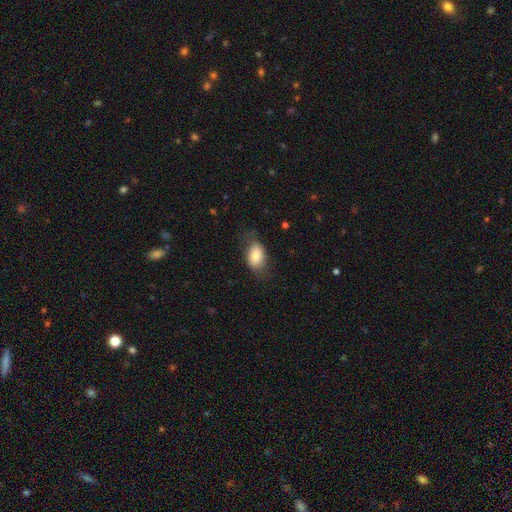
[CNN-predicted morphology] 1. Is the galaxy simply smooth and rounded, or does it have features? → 80% smooth, 13% featured or disk, 7% star or artifact.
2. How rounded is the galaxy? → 87% in between, 11% round, 2% cigar-shaped.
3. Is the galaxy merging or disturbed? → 66% none, 23% minor disturbance, 9% major disturbance, 1% merger.